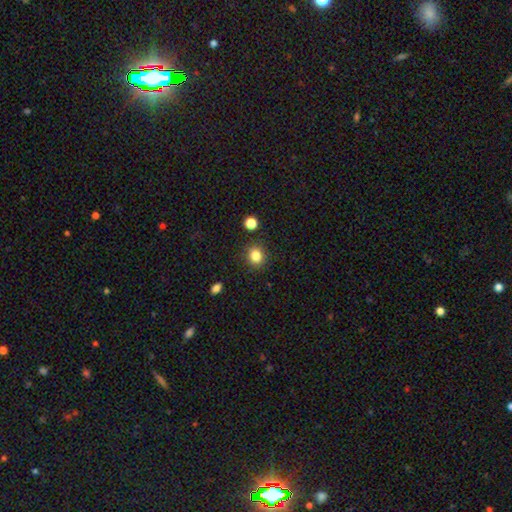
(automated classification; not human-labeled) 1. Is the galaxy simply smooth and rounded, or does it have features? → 84% smooth, 11% star or artifact, 5% featured or disk.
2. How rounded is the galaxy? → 74% round, 25% in between, 1% cigar-shaped.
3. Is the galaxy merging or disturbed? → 88% none, 8% minor disturbance, 2% major disturbance, 2% merger.